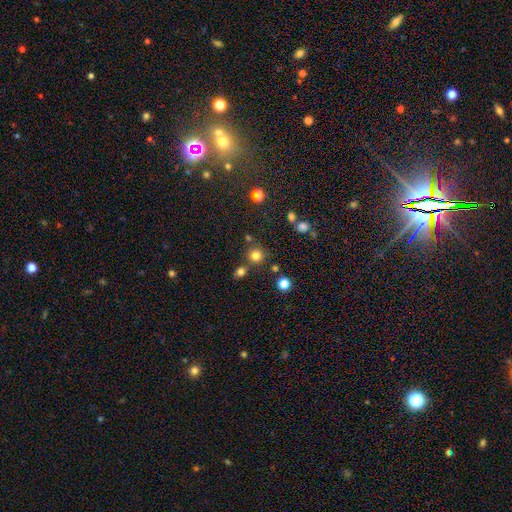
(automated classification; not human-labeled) Overall: smooth (78%). How rounded: round (91%). Merging: none (76%).